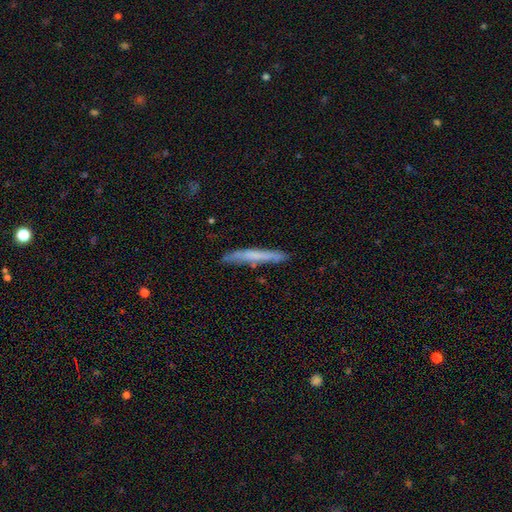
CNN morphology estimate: Smooth or featured? Predicted: smooth (p=0.58). How rounded? Predicted: cigar-shaped (p=0.96). Merging? Predicted: none (p=0.81).